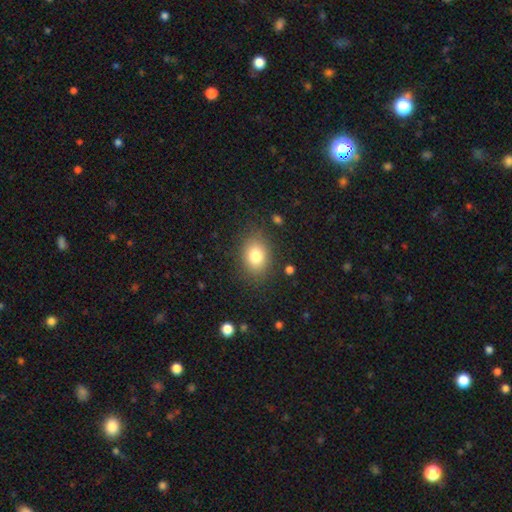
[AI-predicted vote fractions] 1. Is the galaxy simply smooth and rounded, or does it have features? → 80% smooth, 10% star or artifact, 10% featured or disk.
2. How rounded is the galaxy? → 64% in between, 35% round, 1% cigar-shaped.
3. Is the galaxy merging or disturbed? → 82% none, 12% minor disturbance, 4% major disturbance, 2% merger.